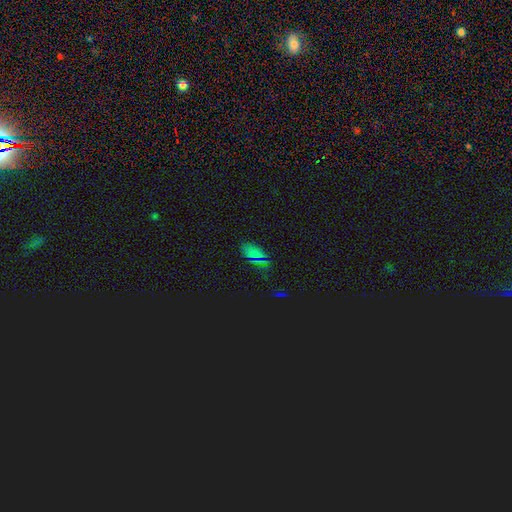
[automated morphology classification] smooth-or-featured: smooth: 56% | star or artifact: 37% | featured or disk: 7%
  how-rounded: in between: 86% | round: 9% | cigar-shaped: 5%
  merging: none: 81% | minor disturbance: 13% | major disturbance: 4% | merger: 2%